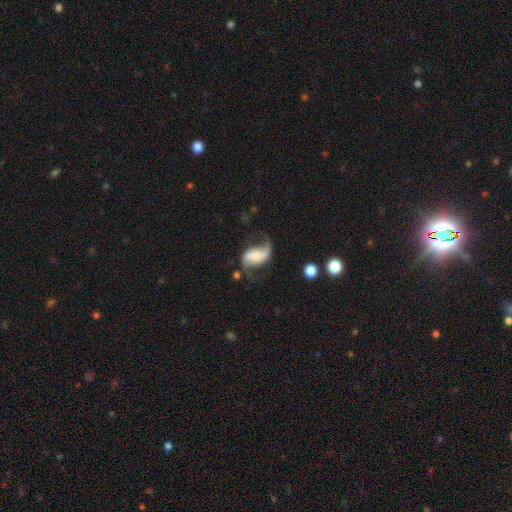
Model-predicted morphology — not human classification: Smooth or featured? featured or disk (75%)
Edge-on disk? no (97%)
Bar? no (41%)
Spiral arms? yes (94%)
Spiral winding? loose (79%)
Spiral arm count? 2 (90%)
Bulge size? small (32%)
Merging? none (58%)